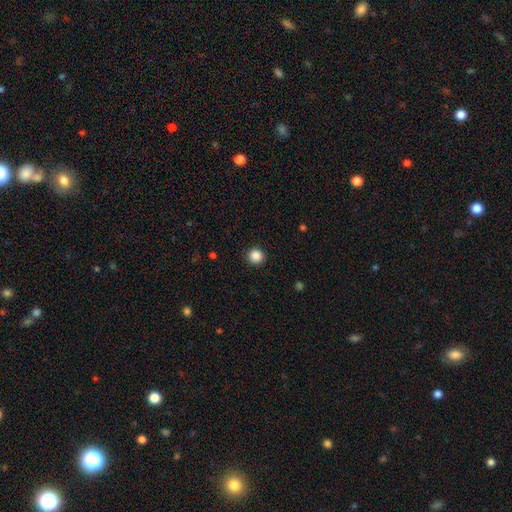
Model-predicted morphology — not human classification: Smooth or featured? Predicted: smooth (p=0.87). How rounded? Predicted: round (p=0.93). Merging? Predicted: none (p=0.91).